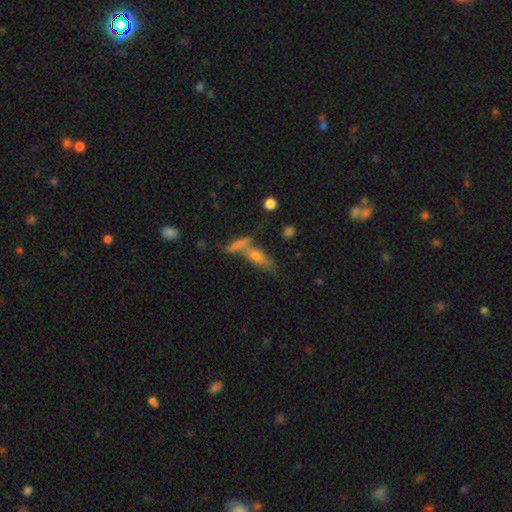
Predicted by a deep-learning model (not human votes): Morphology: type=smooth (53%); roundness=cigar-shaped (59%); merging=none (46%).